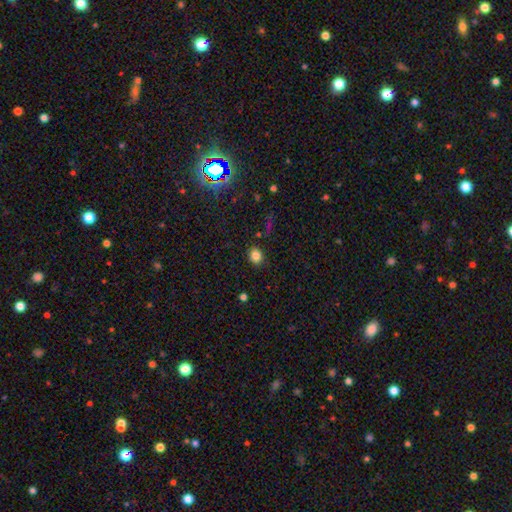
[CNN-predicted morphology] type=smooth (82%); roundness=round (66%); merging=none (87%).